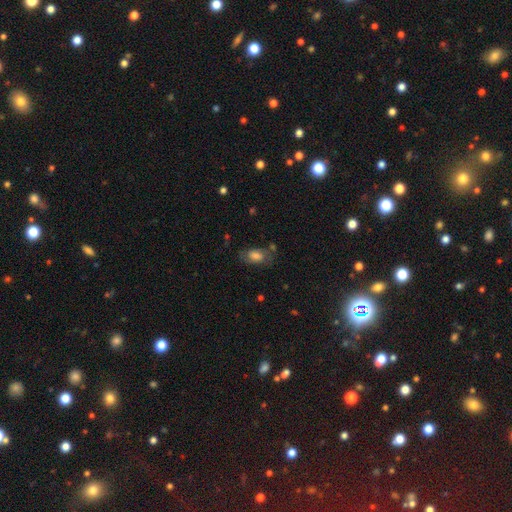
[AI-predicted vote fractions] Overall: smooth (63%; featured or disk 28%). How rounded: in between (89%). Merging: none (58%; minor disturbance 24%).